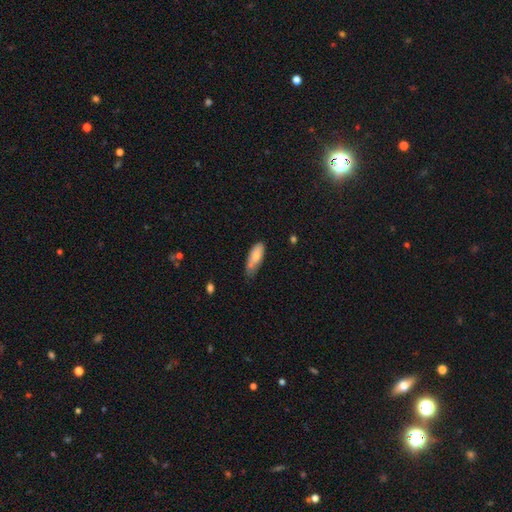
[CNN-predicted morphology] smooth-or-featured: smooth: 76% | featured or disk: 18% | star or artifact: 6%
  how-rounded: in between: 68% | cigar-shaped: 30% | round: 2%
  merging: none: 47% | minor disturbance: 38% | major disturbance: 9% | merger: 7%